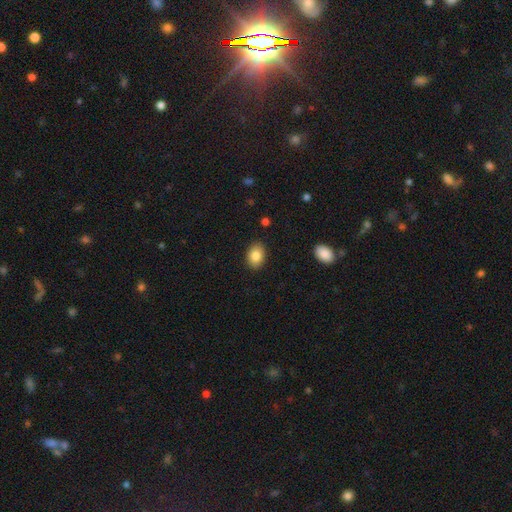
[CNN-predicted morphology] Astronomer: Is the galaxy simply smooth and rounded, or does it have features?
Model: smooth — 84%.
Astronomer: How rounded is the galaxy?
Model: in between — 79%.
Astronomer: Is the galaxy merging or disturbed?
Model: none — 87%.